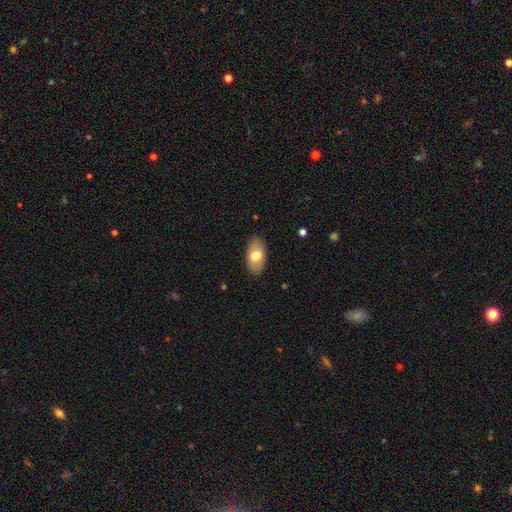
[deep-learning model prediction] smooth_or_featured: smooth (p=0.72) [alt: featured or disk p=0.22]
how_rounded: in between (p=0.94) [alt: round p=0.04]
merging: none (p=0.86) [alt: minor disturbance p=0.10]